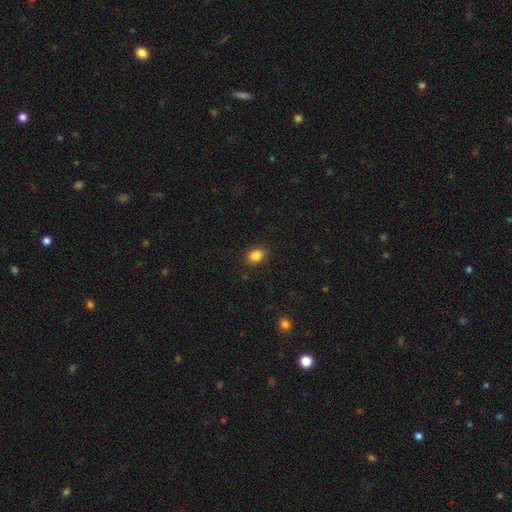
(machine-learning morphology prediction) This is clearly a smooth galaxy (85%). How rounded: likely in between (60%). Merging: clearly none (88%).